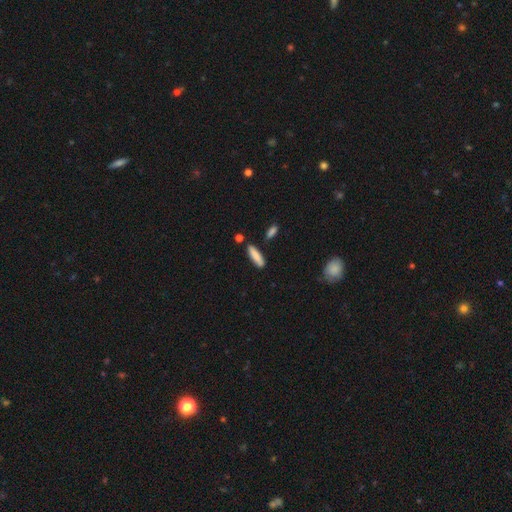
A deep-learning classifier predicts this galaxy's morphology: Smooth or featured? smooth (85%)
How rounded? cigar-shaped (72%)
Merging? none (82%)